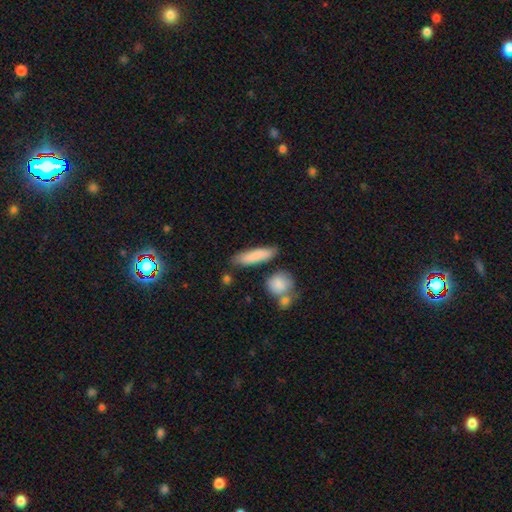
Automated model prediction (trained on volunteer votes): This is clearly a smooth galaxy (83%). How rounded: likely cigar-shaped (69%). Merging: likely none (77%).